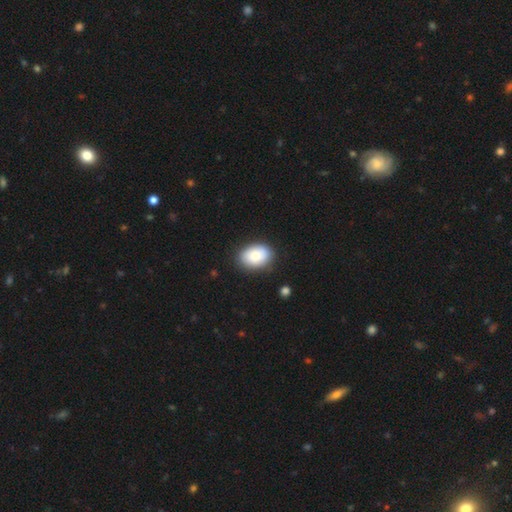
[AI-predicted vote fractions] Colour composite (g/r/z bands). It shows a smooth galaxy with no disk features (82%) that is in between round and cigar-shaped (80%). Merging: none (84%).